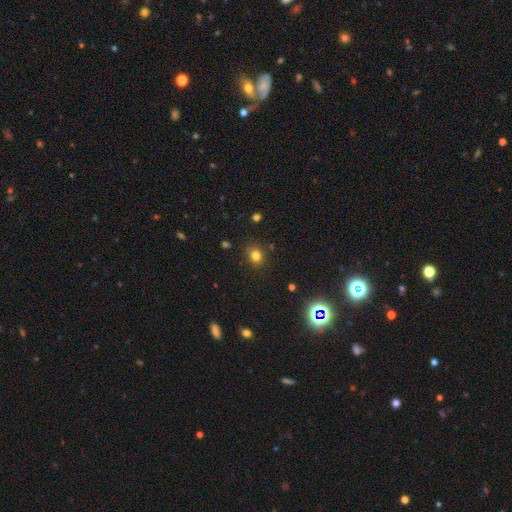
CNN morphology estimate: type=smooth (79%); roundness=round (64%); merging=none (83%).